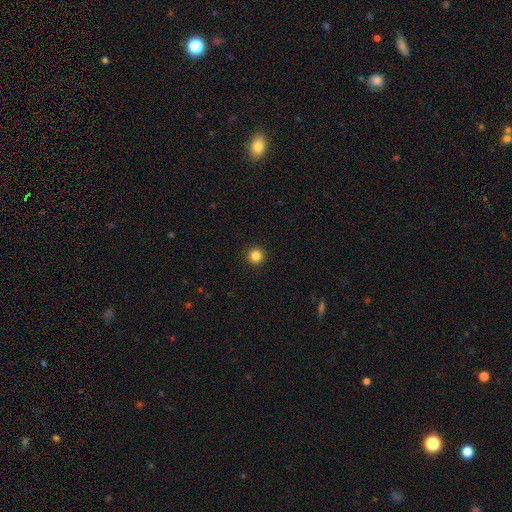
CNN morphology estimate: type=smooth (85%); roundness=round (96%); merging=none (93%).